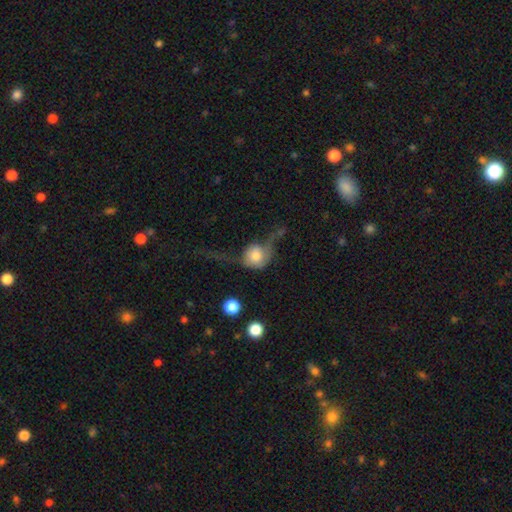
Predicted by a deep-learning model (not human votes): Morphology: type=smooth (52%); roundness=round (81%); merging=major disturbance (49%).